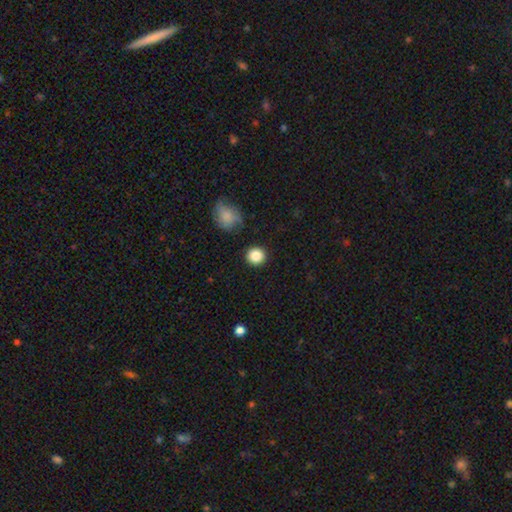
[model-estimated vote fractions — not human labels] A smooth galaxy with no disk features (86%) that is round (91%). Merging: none (89%).